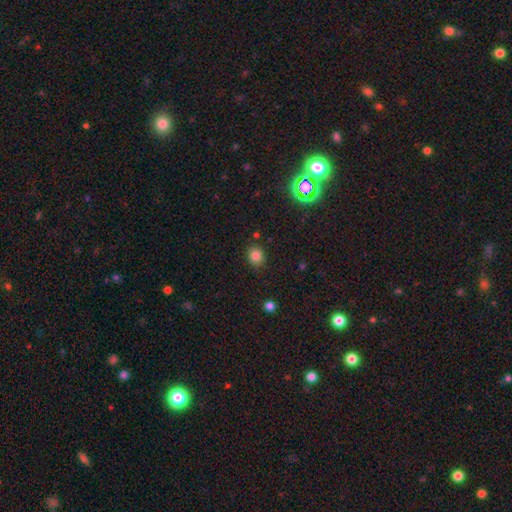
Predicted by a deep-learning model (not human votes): Q: Smooth or featured?
A: smooth (81%); runner-up: star or artifact (14%)
Q: How rounded?
A: round (74%); runner-up: in between (25%)
Q: Merging?
A: none (84%); runner-up: minor disturbance (10%)